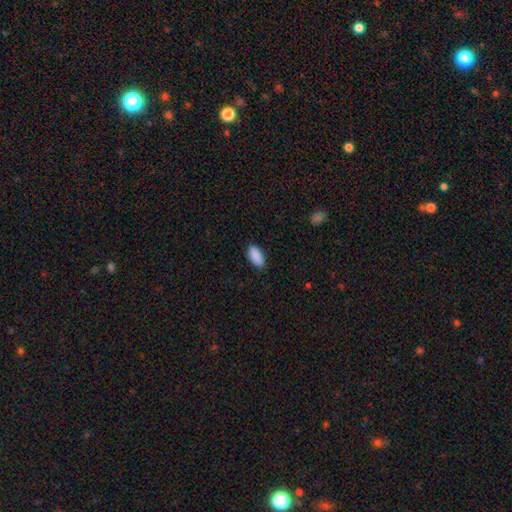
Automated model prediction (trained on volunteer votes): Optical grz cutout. It shows a smooth galaxy with no disk features (90%) that is in between round and cigar-shaped (91%). Merging: none (85%).